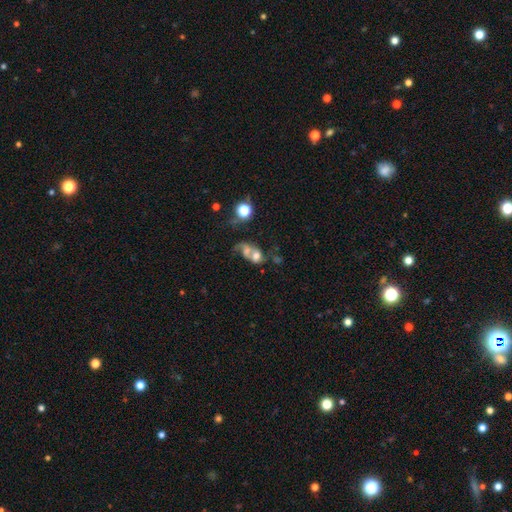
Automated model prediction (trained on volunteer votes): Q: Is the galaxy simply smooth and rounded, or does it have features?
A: smooth — 48%.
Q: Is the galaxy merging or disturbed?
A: merger — 64%.